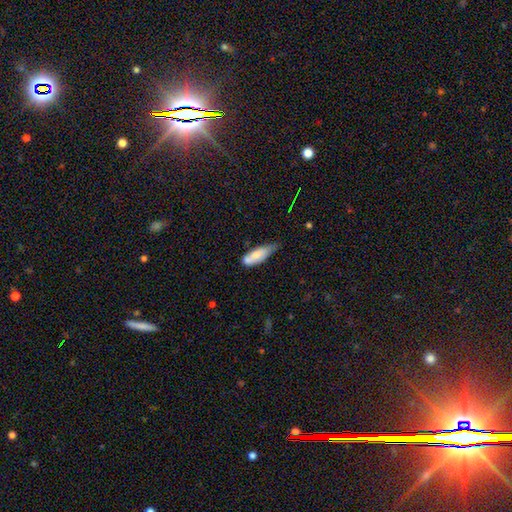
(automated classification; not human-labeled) smooth 73%, featured or disk 20%, star or artifact 7%. Down the decision tree: how rounded — in between (63%); merging — none (39%).